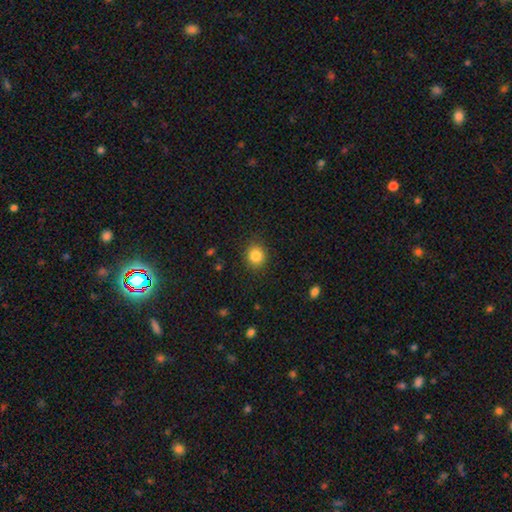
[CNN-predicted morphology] Smooth or featured?
  - smooth: 85% *
  - star or artifact: 10%
  - featured or disk: 5%
How rounded?
  - round: 84% *
  - in between: 15%
  - cigar-shaped: 1%
Merging?
  - none: 88% *
  - minor disturbance: 8%
  - major disturbance: 2%
  - merger: 1%